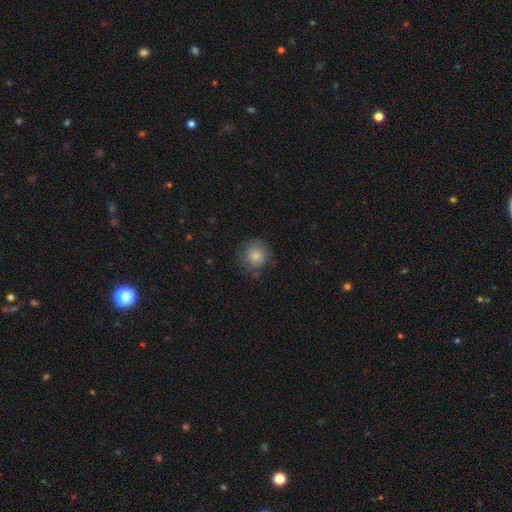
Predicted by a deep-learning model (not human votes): smooth-or-featured: smooth: 81% | featured or disk: 11% | star or artifact: 8%
  how-rounded: round: 91% | in between: 8% | cigar-shaped: 1%
  merging: none: 71% | minor disturbance: 20% | major disturbance: 7% | merger: 2%